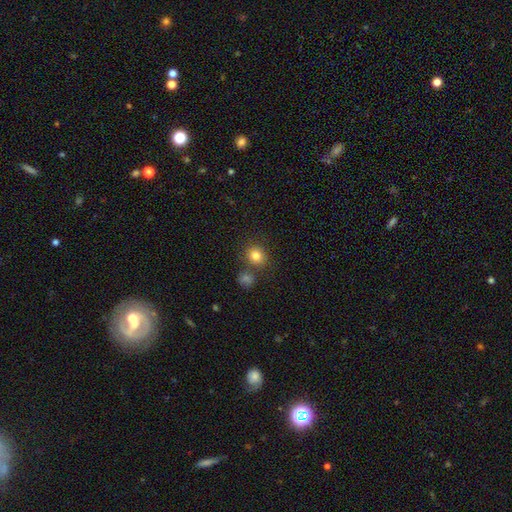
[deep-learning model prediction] Smooth or featured: smooth — 82% (star or artifact — 12%)
How rounded: round — 82% (in between — 17%)
Merging: none — 74% (merger — 14%)